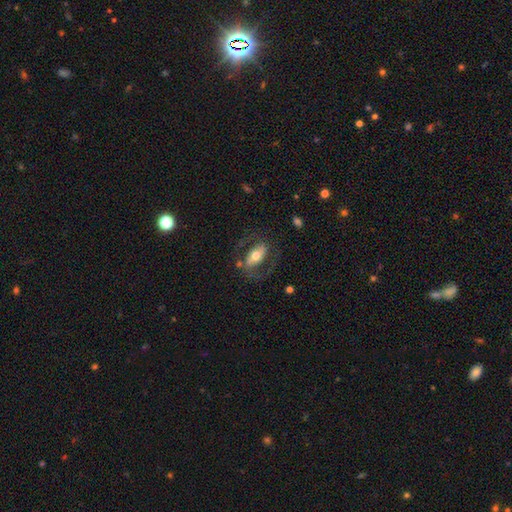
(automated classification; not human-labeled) Q: Smooth or featured?
A: featured or disk (57%); runner-up: smooth (37%)
Q: Edge-on disk?
A: no (88%); runner-up: yes (12%)
Q: Merging?
A: none (64%); runner-up: major disturbance (17%)